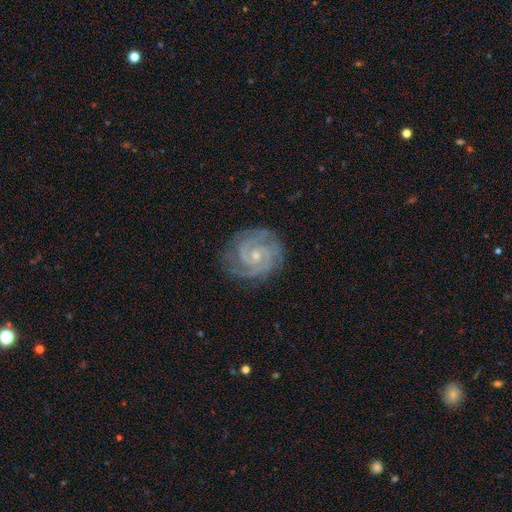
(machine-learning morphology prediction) Q: Smooth or featured?
A: featured or disk (91%); runner-up: star or artifact (5%)
Q: Edge-on disk?
A: no (98%); runner-up: yes (2%)
Q: Bar?
A: no (63%); runner-up: weak (30%)
Q: Spiral arms?
A: yes (98%); runner-up: no (2%)
Q: Spiral winding?
A: tight (70%); runner-up: medium (27%)
Q: Spiral arm count?
A: 2 (56%); runner-up: 3 (23%)
Q: Bulge size?
A: small (72%); runner-up: moderate (25%)
Q: Merging?
A: none (80%); runner-up: minor disturbance (14%)